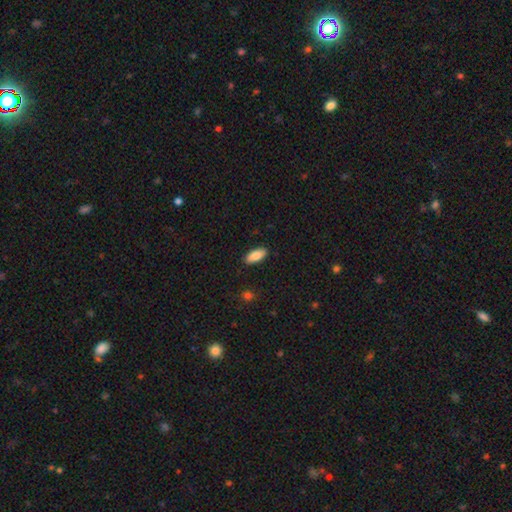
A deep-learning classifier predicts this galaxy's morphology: smooth_or_featured: smooth (p=0.87) [alt: featured or disk p=0.07]
how_rounded: in between (p=0.84) [alt: cigar-shaped p=0.14]
merging: none (p=0.88) [alt: minor disturbance p=0.09]